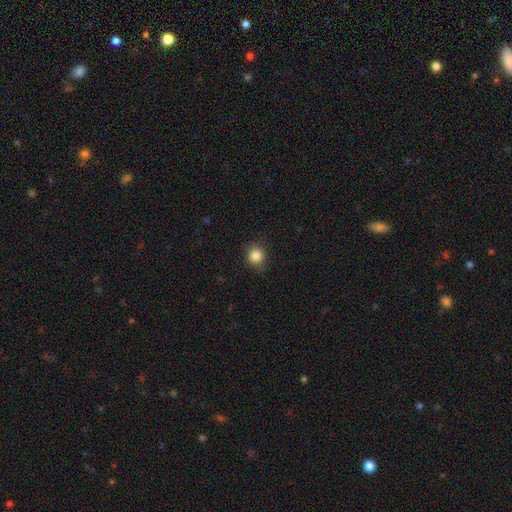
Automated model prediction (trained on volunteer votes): Smooth or featured? Predicted: smooth (p=0.85). How rounded? Predicted: round (p=0.89). Merging? Predicted: none (p=0.84).